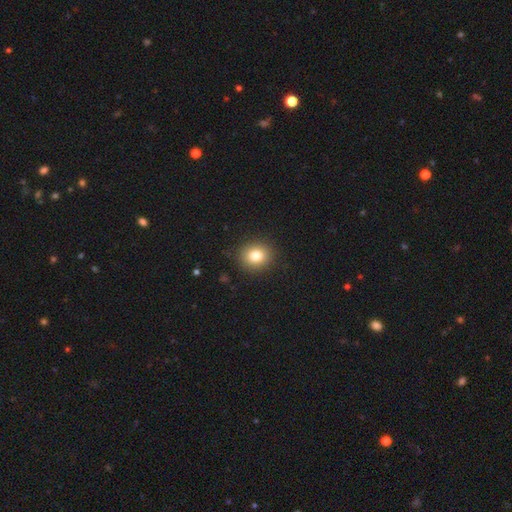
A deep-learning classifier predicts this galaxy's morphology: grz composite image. It shows a smooth galaxy with no disk features (81%) that is round (78%). Merging: none (89%).